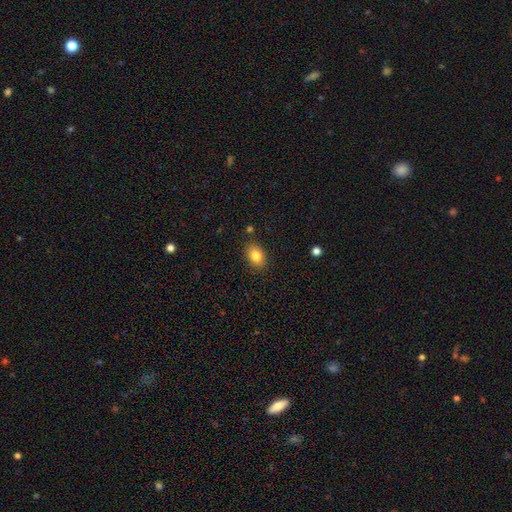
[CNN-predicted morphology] This appears to be a smooth galaxy with no disk features (83%) that is in between round and cigar-shaped (79%). Merging: none (85%).